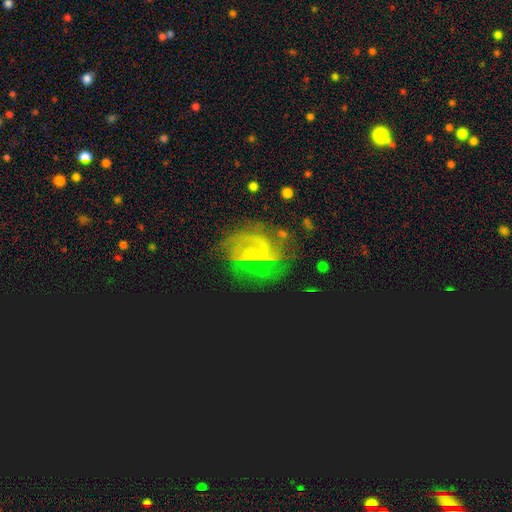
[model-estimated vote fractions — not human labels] Smooth or featured?
  - featured or disk: 70% *
  - star or artifact: 18%
  - smooth: 12%
Edge-on disk?
  - no: 98% *
  - yes: 2%
Bar?
  - no: 50% *
  - weak: 37%
  - strong: 13%
Spiral arms?
  - yes: 90% *
  - no: 10%
Spiral winding?
  - medium: 46% *
  - tight: 36%
  - loose: 18%
Spiral arm count?
  - 2: 44% *
  - can't tell: 21%
  - 3: 14%
  - 1: 7%
  - 4: 6%
  - more than 4: 6%
Bulge size?
  - none: 49% *
  - small: 35%
  - moderate: 13%
  - large: 3%
  - dominant: 2%
Merging?
  - none: 59% *
  - minor disturbance: 20%
  - major disturbance: 18%
  - merger: 3%